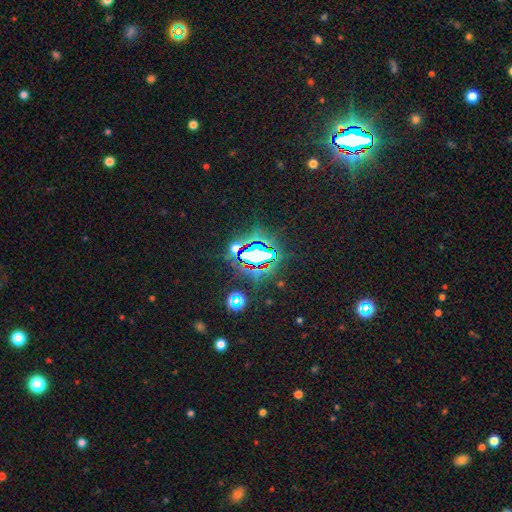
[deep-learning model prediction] Smooth or featured: star or artifact — 73% (smooth — 15%)